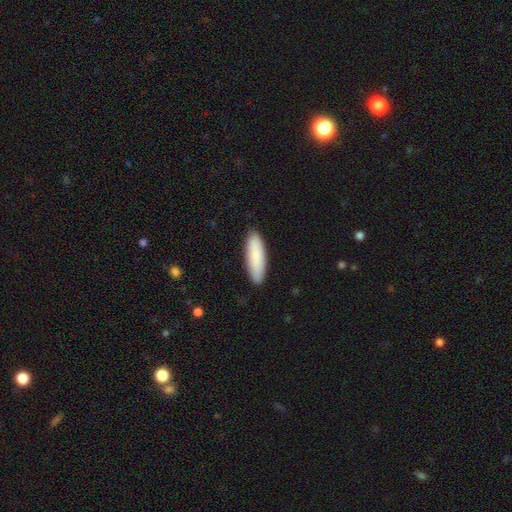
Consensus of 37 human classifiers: A smooth galaxy with no disk features (97%) that is cigar-shaped (67%).

Vote fractions:
- Smooth or featured? smooth: 97% / star or artifact: 3% / featured or disk: 0%
- How rounded? cigar-shaped: 67% / in between: 33% / round: 0%
- Merging? none: 92% / minor disturbance: 6% / merger: 3% / major disturbance: 0%